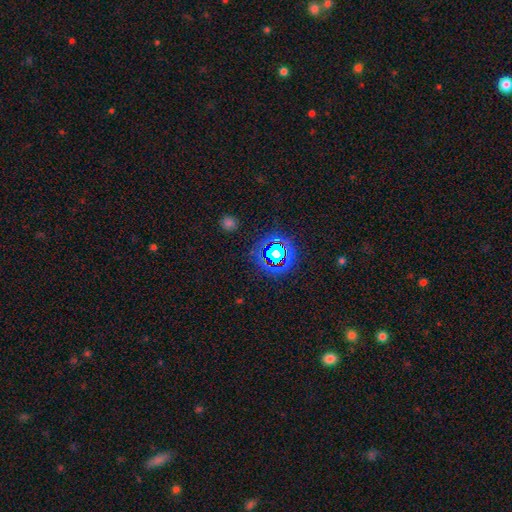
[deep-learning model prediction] A star or artifact, not a galaxy (63%).